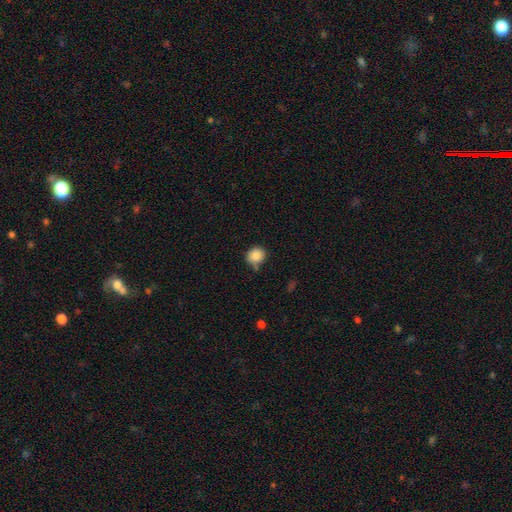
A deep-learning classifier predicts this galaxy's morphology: Smooth or featured?
  - smooth: 86% *
  - star or artifact: 9%
  - featured or disk: 5%
How rounded?
  - round: 83% *
  - in between: 16%
  - cigar-shaped: 1%
Merging?
  - none: 69% *
  - minor disturbance: 20%
  - merger: 7%
  - major disturbance: 4%